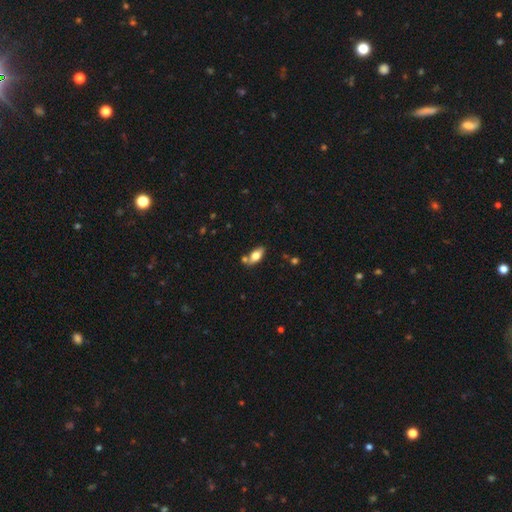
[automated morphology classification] A smooth galaxy with no disk features (69%) that is in between round and cigar-shaped (86%). Merging: none (68%).